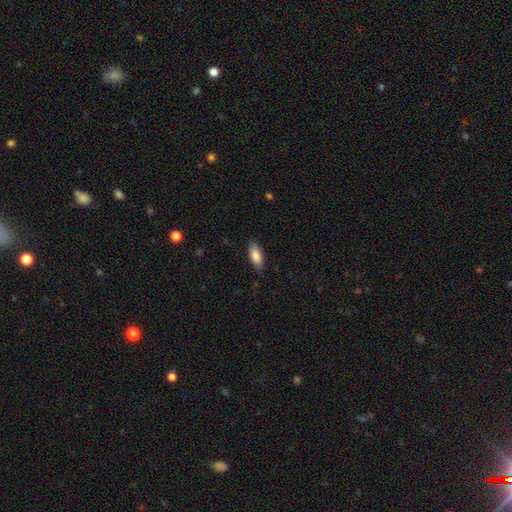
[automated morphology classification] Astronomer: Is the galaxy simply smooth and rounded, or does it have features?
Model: smooth — 86%.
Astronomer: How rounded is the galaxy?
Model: in between — 81%.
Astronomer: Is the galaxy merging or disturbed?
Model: none — 85%.